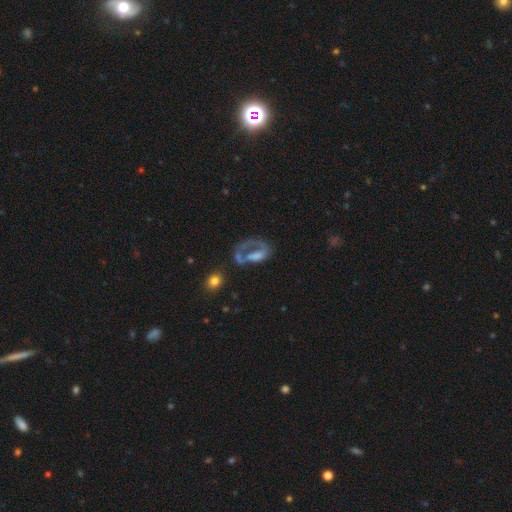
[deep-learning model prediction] Q: Smooth or featured?
A: featured or disk (61%); runner-up: smooth (25%)
Q: Edge-on disk?
A: no (96%); runner-up: yes (4%)
Q: Bar?
A: no (73%); runner-up: weak (19%)
Q: Spiral arms?
A: no (53%); runner-up: yes (47%)
Q: Bulge size?
A: none (48%); runner-up: moderate (22%)
Q: Merging?
A: major disturbance (44%); runner-up: none (31%)